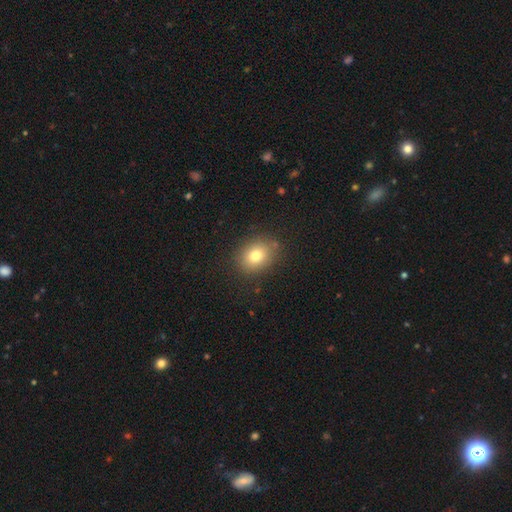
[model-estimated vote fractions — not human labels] Smooth or featured? smooth (77%)
How rounded? in between (50%)
Merging? none (84%)